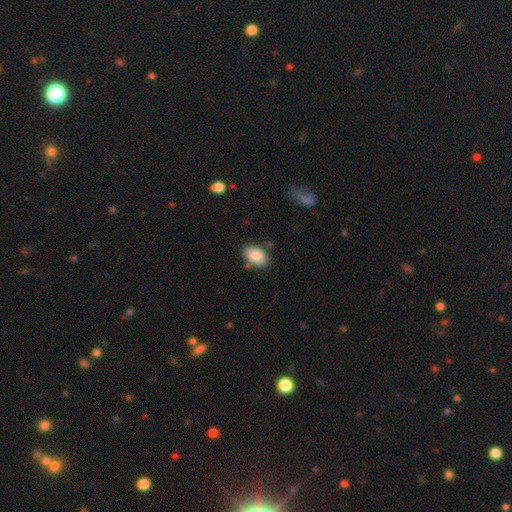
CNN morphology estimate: smooth 86%, star or artifact 7%, featured or disk 7%. Down the decision tree: how rounded — in between (88%); merging — none (78%).